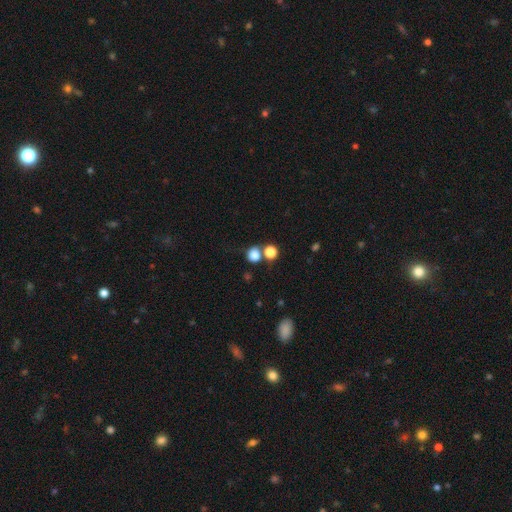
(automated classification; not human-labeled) Overall: smooth (80%). How rounded: round (84%). Merging: none (61%; merger 24%).